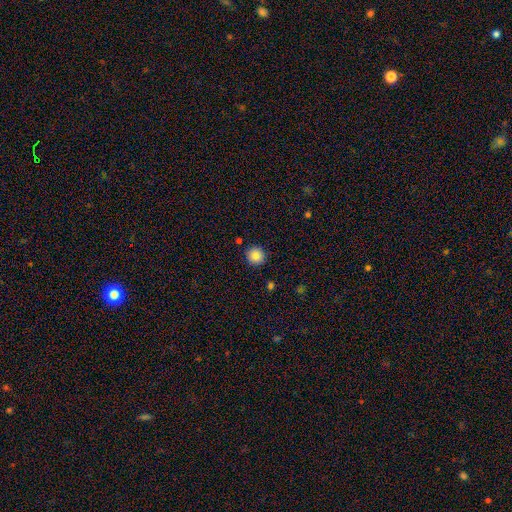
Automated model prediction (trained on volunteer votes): smooth-or-featured: smooth: 86% | star or artifact: 10% | featured or disk: 4%
  how-rounded: round: 93% | in between: 6% | cigar-shaped: 1%
  merging: none: 90% | minor disturbance: 6% | major disturbance: 2% | merger: 2%